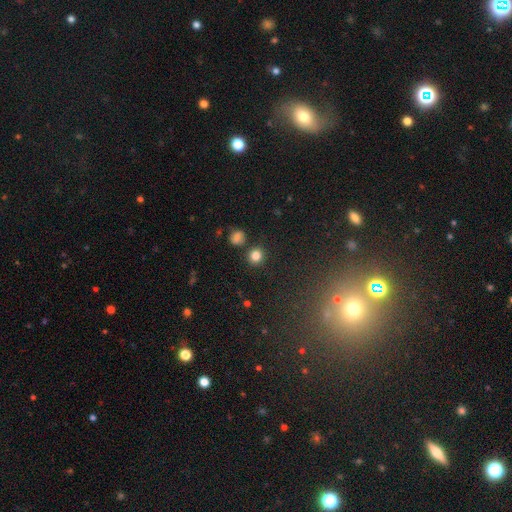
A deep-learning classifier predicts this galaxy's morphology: This is clearly a smooth galaxy (82%). How rounded: clearly round (89%). Merging: clearly none (84%).